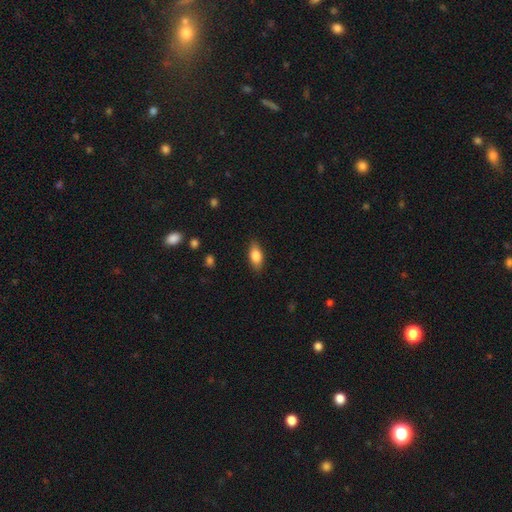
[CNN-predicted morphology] This is clearly a smooth galaxy (81%). How rounded: clearly in between (86%). Merging: clearly none (86%).